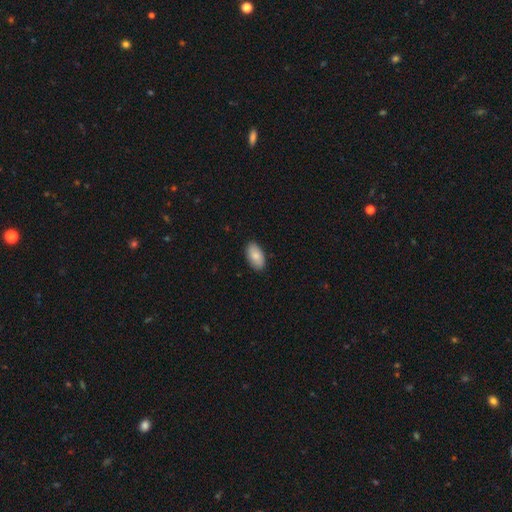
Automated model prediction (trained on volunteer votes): A smooth galaxy with no disk features (84%) that is in between round and cigar-shaped (95%).

Vote fractions:
- Smooth or featured? smooth: 84% / featured or disk: 10% / star or artifact: 6%
- How rounded? in between: 95% / round: 3% / cigar-shaped: 2%
- Merging? none: 88% / minor disturbance: 9% / major disturbance: 2% / merger: 1%